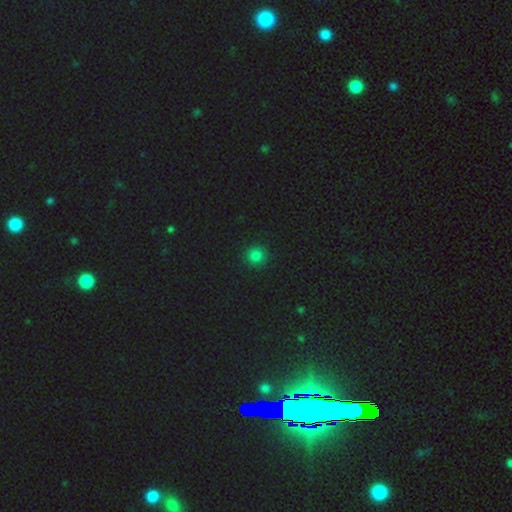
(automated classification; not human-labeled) smooth_or_featured: smooth (p=0.80) [alt: star or artifact p=0.17]
how_rounded: round (p=0.93) [alt: in between p=0.06]
merging: none (p=0.92) [alt: minor disturbance p=0.05]